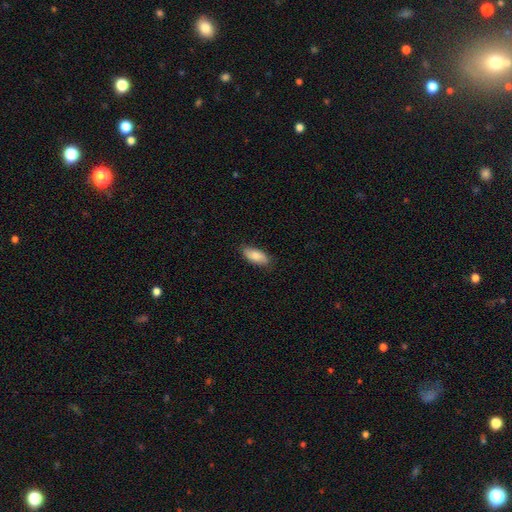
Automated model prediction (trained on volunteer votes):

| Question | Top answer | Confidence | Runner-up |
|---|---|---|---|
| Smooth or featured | smooth | 83% | featured or disk (11%) |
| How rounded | in between | 86% | cigar-shaped (12%) |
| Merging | none | 83% | minor disturbance (14%) |